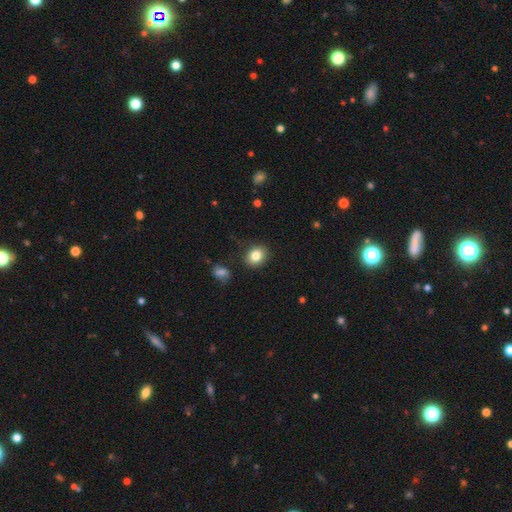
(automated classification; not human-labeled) smooth_or_featured: smooth (p=0.82) [alt: star or artifact p=0.10]
how_rounded: round (p=0.57) [alt: in between p=0.42]
merging: none (p=0.86) [alt: minor disturbance p=0.09]